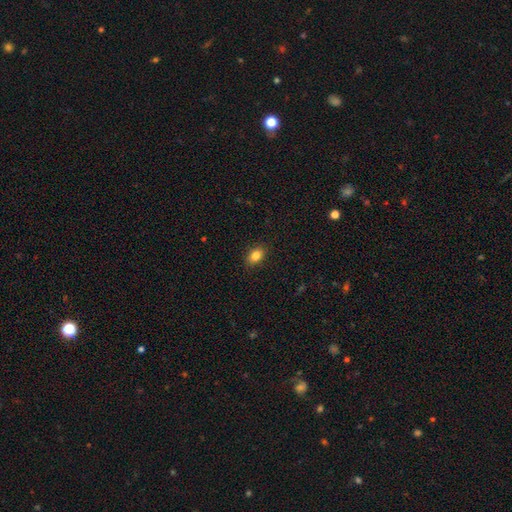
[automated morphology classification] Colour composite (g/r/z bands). It shows a smooth galaxy with no disk features (84%) that is in between round and cigar-shaped (77%). Merging: none (87%).